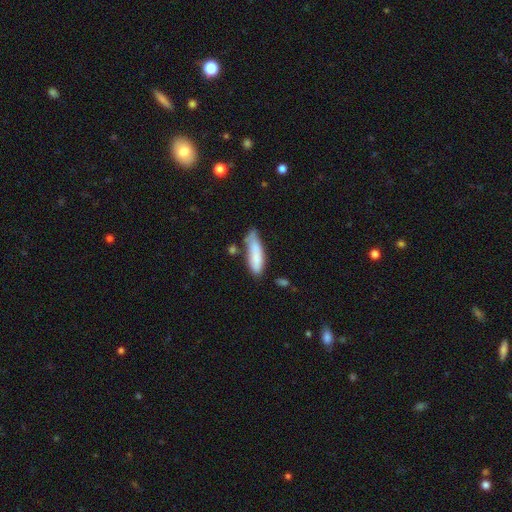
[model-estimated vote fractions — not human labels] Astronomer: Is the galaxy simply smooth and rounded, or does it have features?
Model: smooth — 80%.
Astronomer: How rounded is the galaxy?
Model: cigar-shaped — 63%.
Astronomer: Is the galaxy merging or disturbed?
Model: none — 50% (runner-up: minor disturbance, 30%).